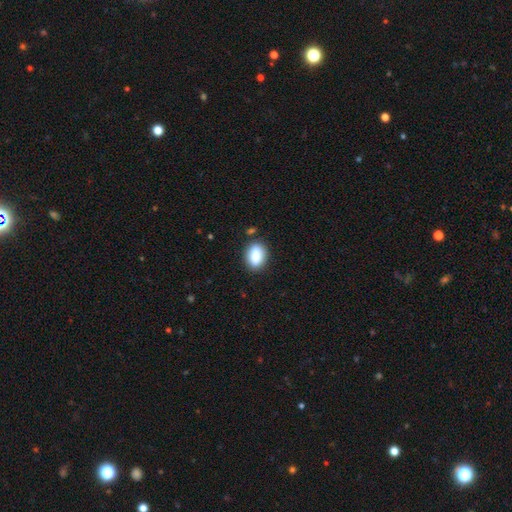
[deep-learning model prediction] smooth-or-featured: smooth: 83% | featured or disk: 9% | star or artifact: 8%
  how-rounded: in between: 81% | round: 15% | cigar-shaped: 4%
  merging: none: 83% | minor disturbance: 11% | merger: 3% | major disturbance: 3%